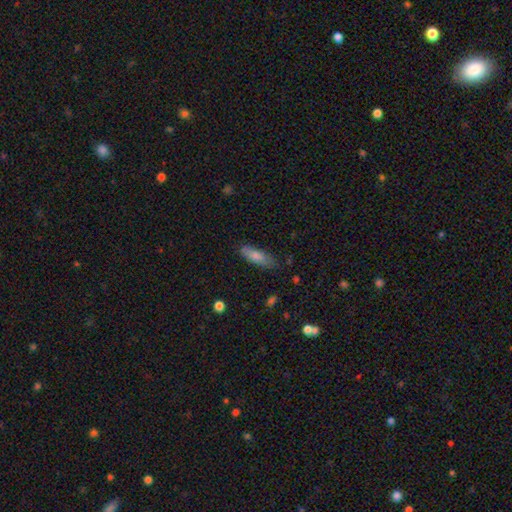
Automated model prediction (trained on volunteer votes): Morphology: type=smooth (79%); roundness=in between (50%); merging=none (76%).